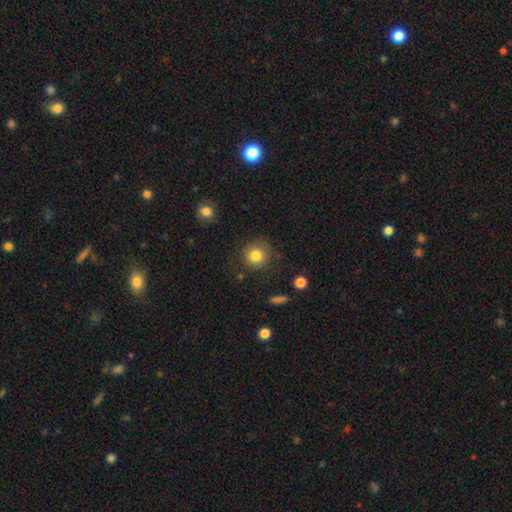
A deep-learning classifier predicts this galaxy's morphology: Q: Smooth or featured?
A: smooth (83%); runner-up: star or artifact (10%)
Q: How rounded?
A: round (91%); runner-up: in between (8%)
Q: Merging?
A: none (85%); runner-up: minor disturbance (10%)